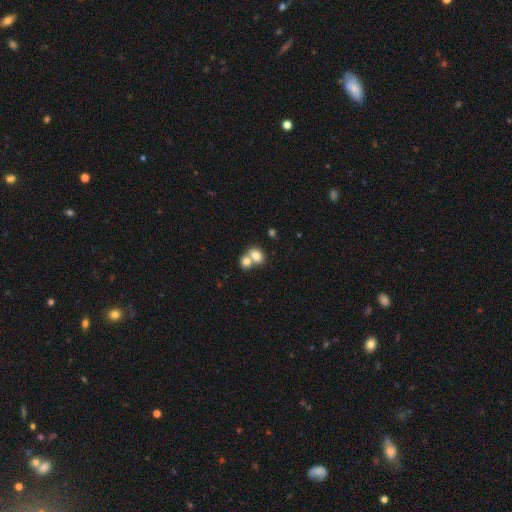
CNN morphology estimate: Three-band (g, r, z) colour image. It shows a smooth galaxy with no disk features (76%) that is in between round and cigar-shaped (51%). Merging: merger (65%).